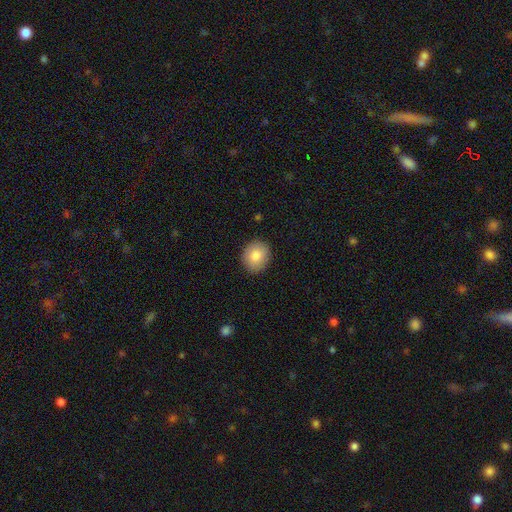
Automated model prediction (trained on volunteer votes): Smooth or featured? smooth (84%)
How rounded? round (62%)
Merging? none (88%)